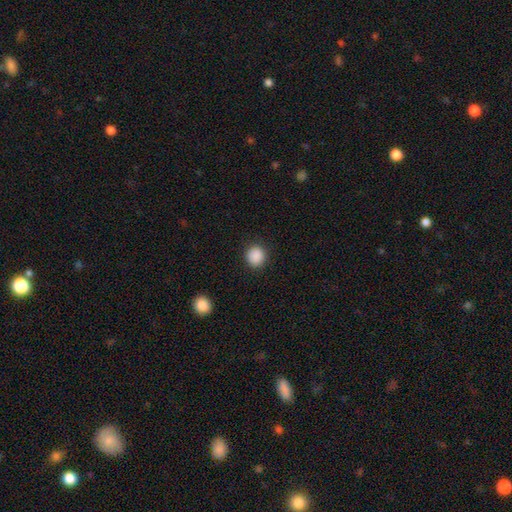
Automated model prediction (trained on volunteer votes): Smooth or featured: smooth — 89% (star or artifact — 9%)
How rounded: round — 89% (in between — 10%)
Merging: none — 90% (minor disturbance — 6%)